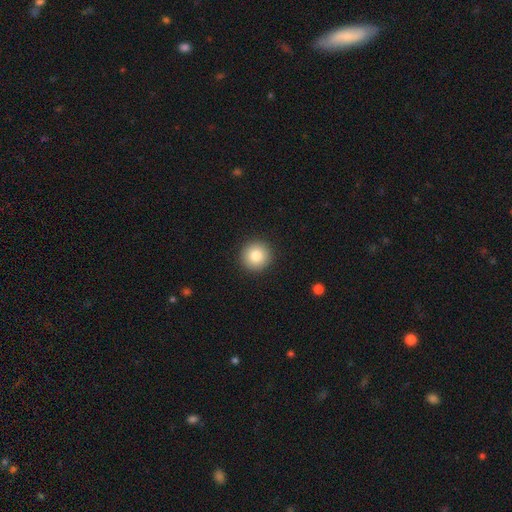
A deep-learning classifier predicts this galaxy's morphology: This appears to be a smooth galaxy with no disk features (83%) that is round (95%). Merging: none (93%).